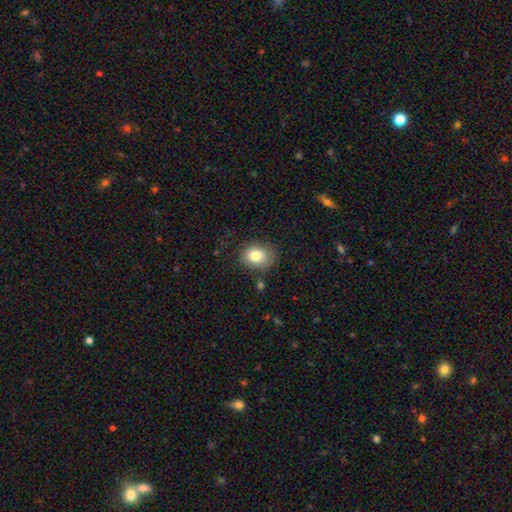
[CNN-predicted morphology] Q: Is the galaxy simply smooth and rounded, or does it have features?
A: smooth — 82%.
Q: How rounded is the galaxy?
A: in between — 52%.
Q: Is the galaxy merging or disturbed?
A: none — 76%.